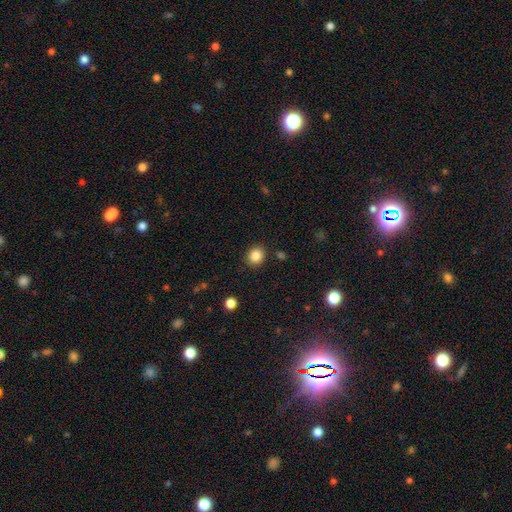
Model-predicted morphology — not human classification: This appears to be a smooth galaxy with no disk features (85%) that is round (76%). Merging: none (89%).